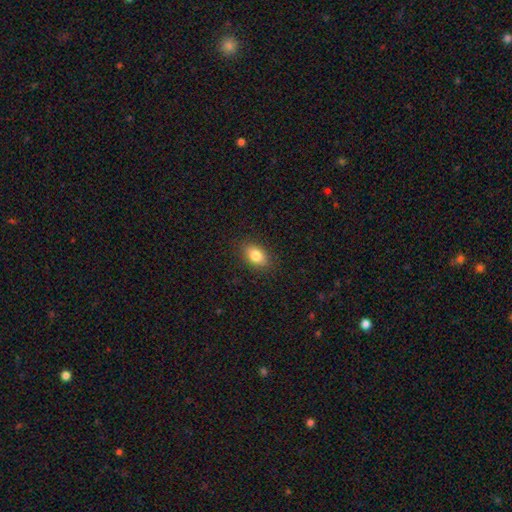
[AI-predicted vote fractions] Overall: smooth (83%). How rounded: in between (88%). Merging: none (88%).